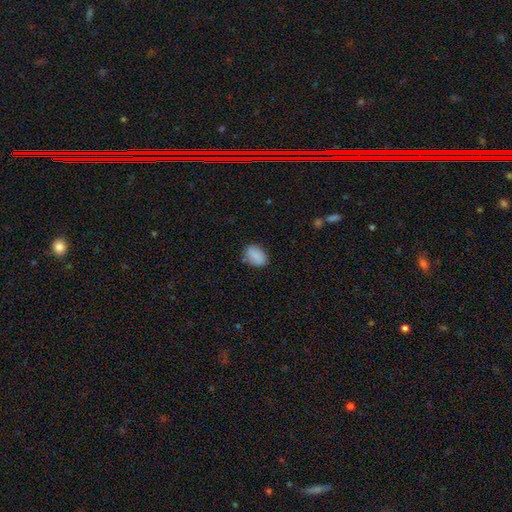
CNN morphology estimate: Q: Smooth or featured?
A: smooth (88%); runner-up: star or artifact (8%)
Q: How rounded?
A: in between (86%); runner-up: round (13%)
Q: Merging?
A: none (79%); runner-up: minor disturbance (15%)